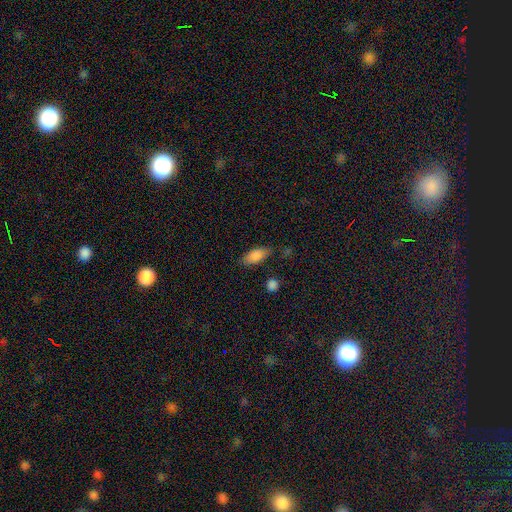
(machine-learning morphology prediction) Overall: smooth (85%). How rounded: in between (87%). Merging: none (75%).